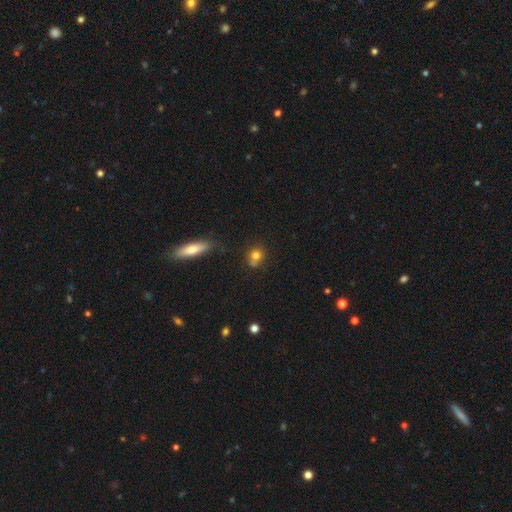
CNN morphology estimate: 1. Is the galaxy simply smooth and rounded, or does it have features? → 76% smooth, 12% star or artifact, 12% featured or disk.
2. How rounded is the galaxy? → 72% round, 26% in between, 2% cigar-shaped.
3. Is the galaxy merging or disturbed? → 56% none, 21% merger, 17% minor disturbance, 6% major disturbance.